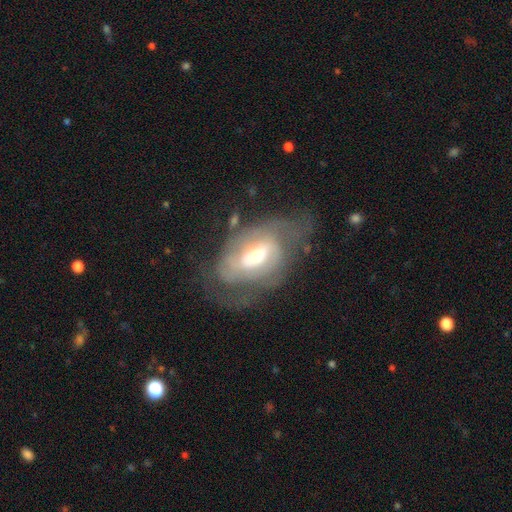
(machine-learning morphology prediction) featured or disk 75%, smooth 18%, star or artifact 7%. Down the decision tree: edge-on disk — no (95%); bar — weak (43%); spiral arms — yes (81%); spiral arm count — 2 (44%); spiral winding — tight (47%); bulge size — moderate (55%); merging — none (48%).